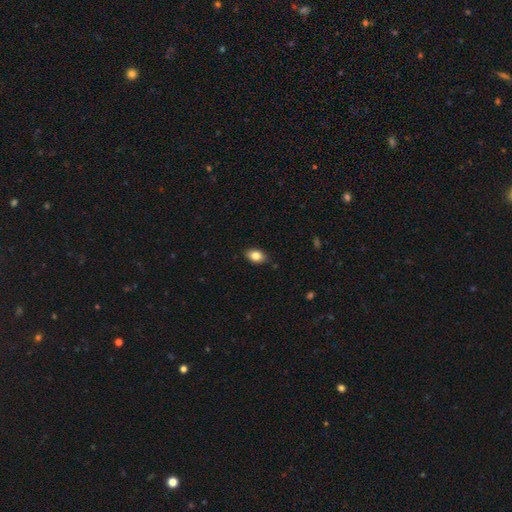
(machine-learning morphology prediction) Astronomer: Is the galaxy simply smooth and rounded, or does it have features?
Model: smooth — 83%.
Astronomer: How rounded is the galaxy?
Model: in between — 86%.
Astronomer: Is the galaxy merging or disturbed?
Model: none — 84%.